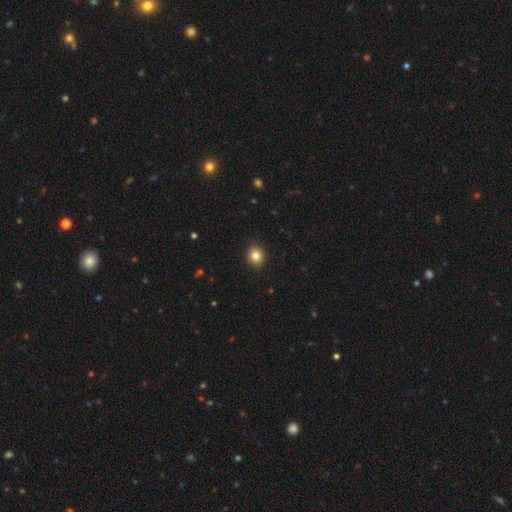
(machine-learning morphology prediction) This appears to be a smooth galaxy with no disk features (84%) that is round (77%). Merging: none (92%).